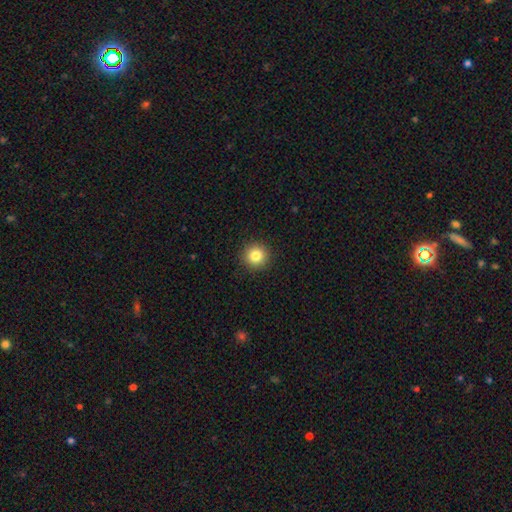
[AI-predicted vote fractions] A smooth galaxy with no disk features (83%) that is round (95%). Merging: none (92%).